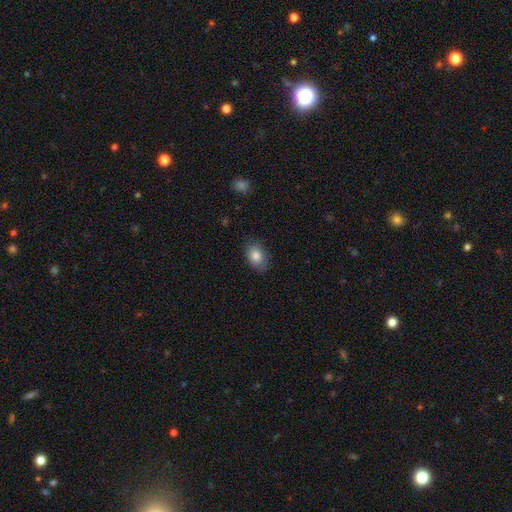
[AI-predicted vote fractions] Smooth or featured?
  - smooth: 84% *
  - star or artifact: 8%
  - featured or disk: 7%
How rounded?
  - in between: 76% *
  - round: 23%
  - cigar-shaped: 1%
Merging?
  - none: 82% *
  - minor disturbance: 14%
  - major disturbance: 3%
  - merger: 1%